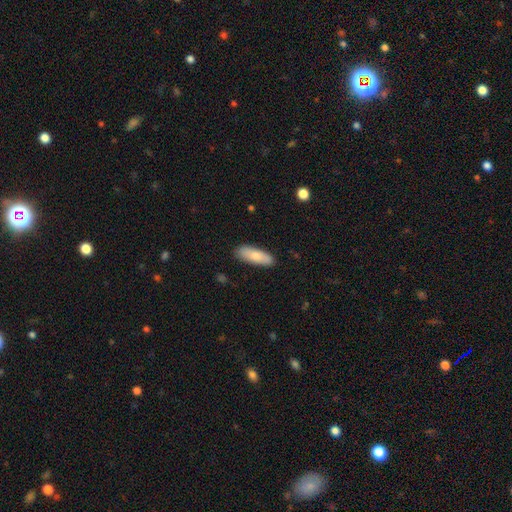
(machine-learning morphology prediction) Smooth or featured: smooth — 79% (featured or disk — 16%)
How rounded: in between — 60% (cigar-shaped — 38%)
Merging: none — 85% (minor disturbance — 12%)